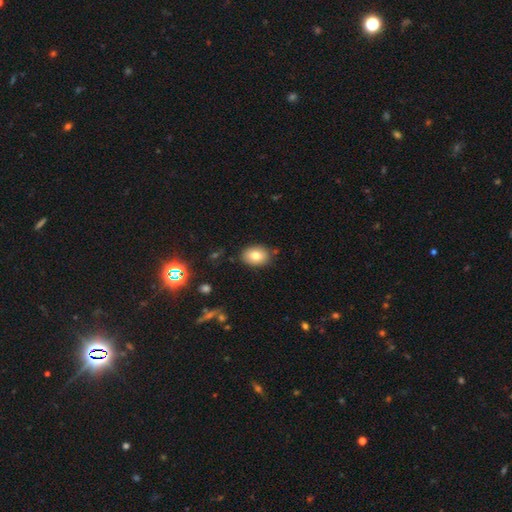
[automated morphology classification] Smooth or featured? smooth (79%)
How rounded? in between (74%)
Merging? none (84%)